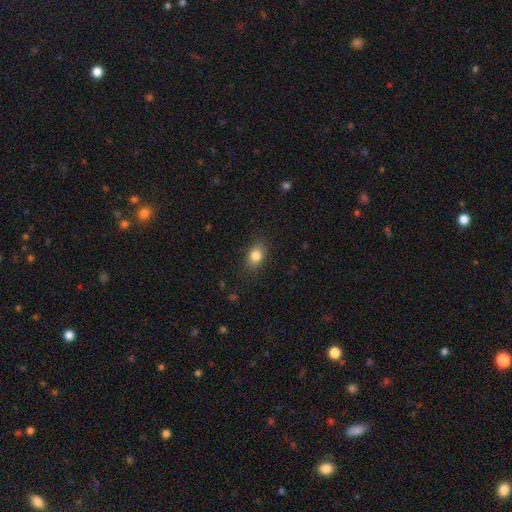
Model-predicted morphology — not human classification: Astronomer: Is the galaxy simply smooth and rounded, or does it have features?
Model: smooth — 83%.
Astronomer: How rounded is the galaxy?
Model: in between — 70%.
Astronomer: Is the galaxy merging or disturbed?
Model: none — 83%.